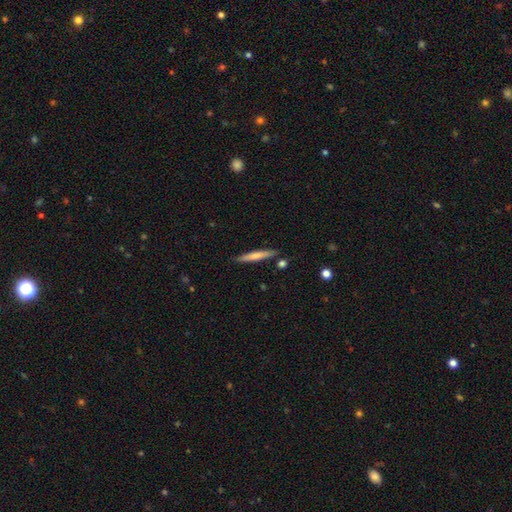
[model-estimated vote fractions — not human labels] smooth 62%, featured or disk 33%, star or artifact 5%. Down the decision tree: how rounded — cigar-shaped (94%); merging — none (86%).